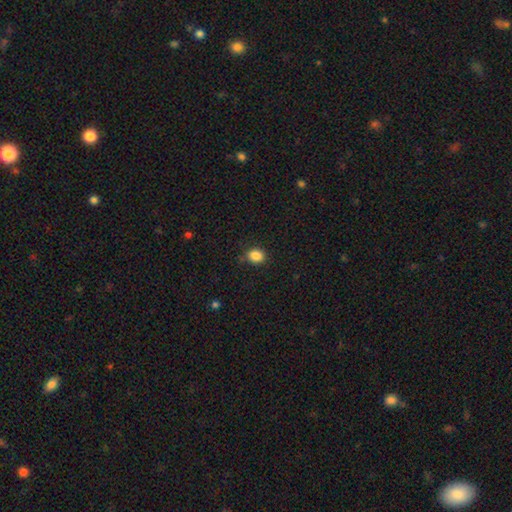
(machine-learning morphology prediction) This appears to be a smooth galaxy with no disk features (86%) that is round (58%). Merging: none (83%).